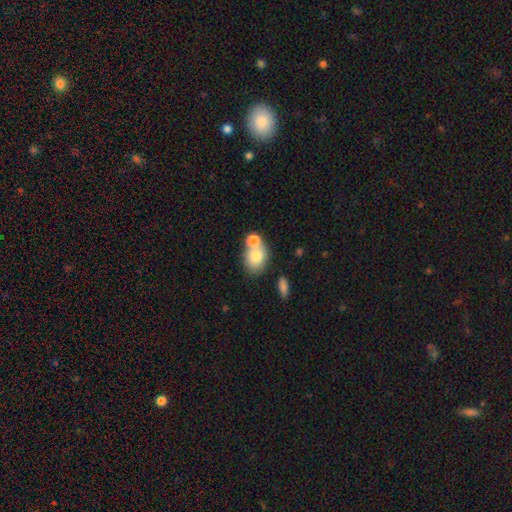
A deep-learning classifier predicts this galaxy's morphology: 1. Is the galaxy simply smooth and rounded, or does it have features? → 77% smooth, 15% featured or disk, 8% star or artifact.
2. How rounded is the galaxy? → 52% in between, 47% round, 1% cigar-shaped.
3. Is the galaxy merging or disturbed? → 49% merger, 38% none, 9% minor disturbance, 4% major disturbance.